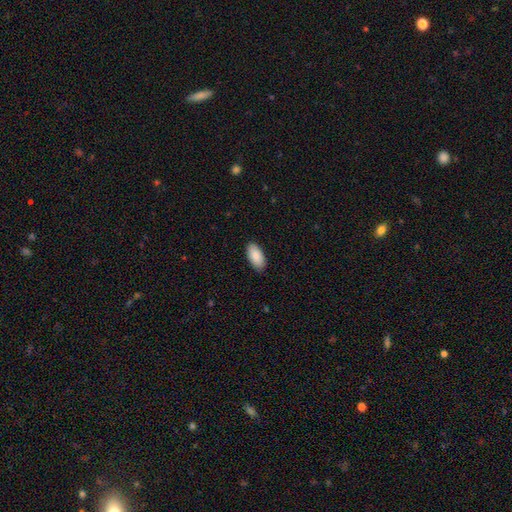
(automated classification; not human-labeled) smooth-or-featured: smooth: 90% | star or artifact: 6% | featured or disk: 4%
  how-rounded: in between: 95% | cigar-shaped: 4% | round: 2%
  merging: none: 88% | minor disturbance: 9% | major disturbance: 2% | merger: 1%